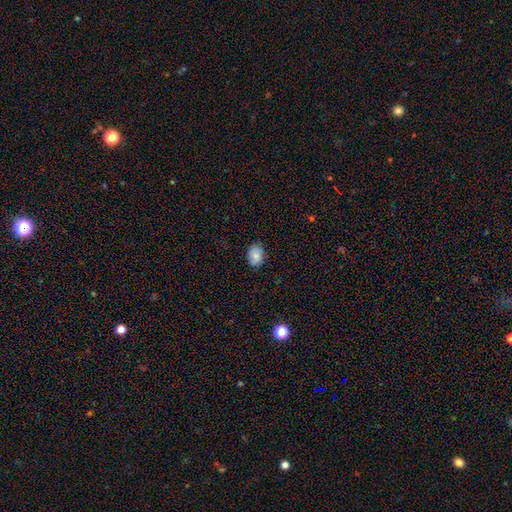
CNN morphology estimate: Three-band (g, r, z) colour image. It shows a smooth galaxy with no disk features (81%) that is in between round and cigar-shaped (71%). Merging: none (81%).